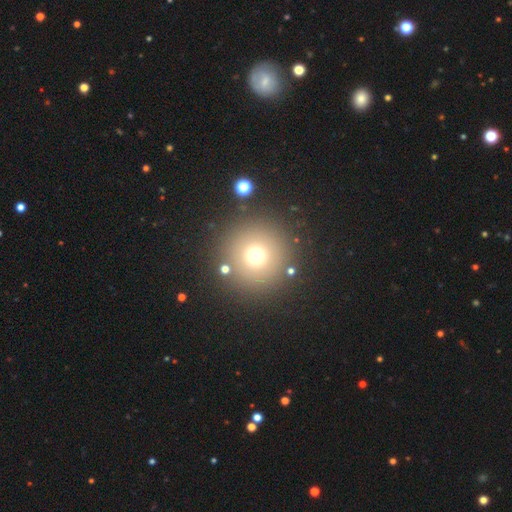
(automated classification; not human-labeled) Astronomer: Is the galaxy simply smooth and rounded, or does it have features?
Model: smooth — 69%.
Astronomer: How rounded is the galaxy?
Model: round — 96%.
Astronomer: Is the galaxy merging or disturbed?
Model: none — 86%.